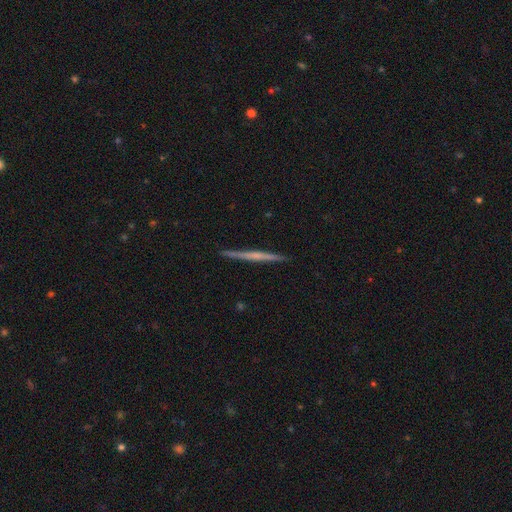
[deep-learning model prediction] smooth-or-featured: featured or disk: 62% | smooth: 32% | star or artifact: 5%
  disk-edge-on: yes: 98% | no: 2%
    edge-on-bulge: none: 71% | rounded: 21% | boxy: 8%
  merging: none: 92% | minor disturbance: 6% | major disturbance: 1% | merger: 1%